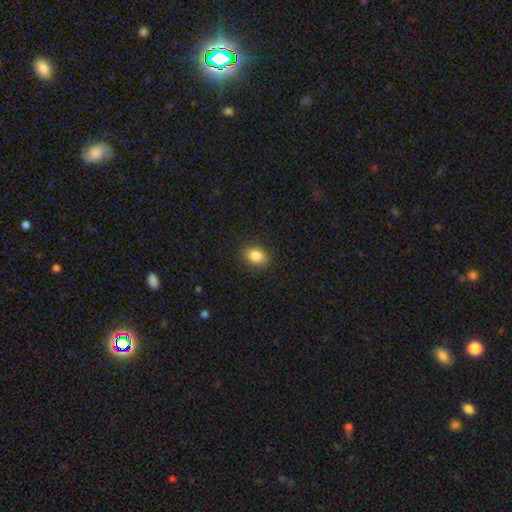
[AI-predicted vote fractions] smooth-or-featured: smooth: 85% | star or artifact: 10% | featured or disk: 5%
  how-rounded: in between: 67% | round: 32% | cigar-shaped: 1%
  merging: none: 86% | minor disturbance: 10% | major disturbance: 3% | merger: 1%